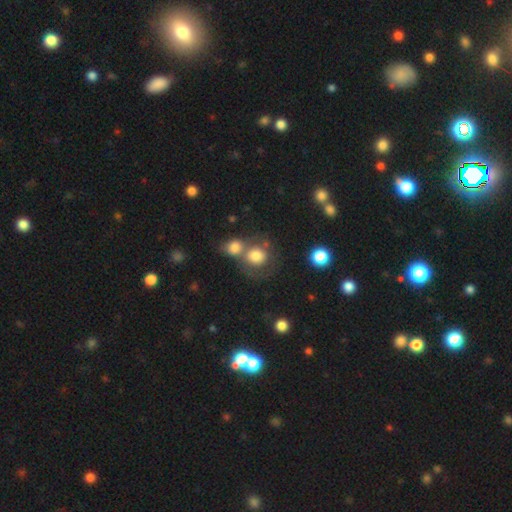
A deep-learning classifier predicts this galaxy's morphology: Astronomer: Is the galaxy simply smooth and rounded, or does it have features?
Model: smooth — 73%.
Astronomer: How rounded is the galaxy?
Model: round — 81%.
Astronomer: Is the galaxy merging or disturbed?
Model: merger — 50% (runner-up: none, 33%).